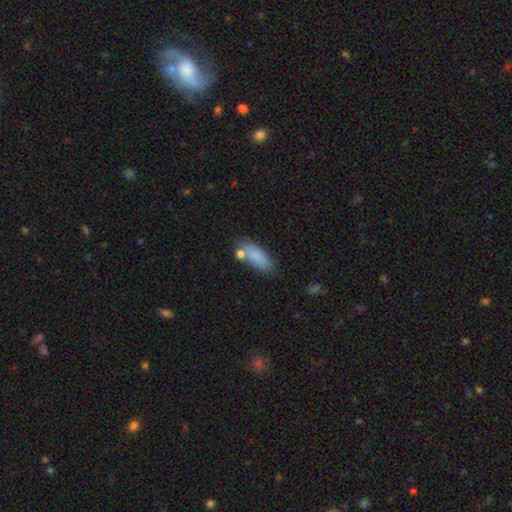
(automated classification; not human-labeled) This appears to be a smooth galaxy with no disk features (83%) that is in between round and cigar-shaped (71%). Merging: none (66%).